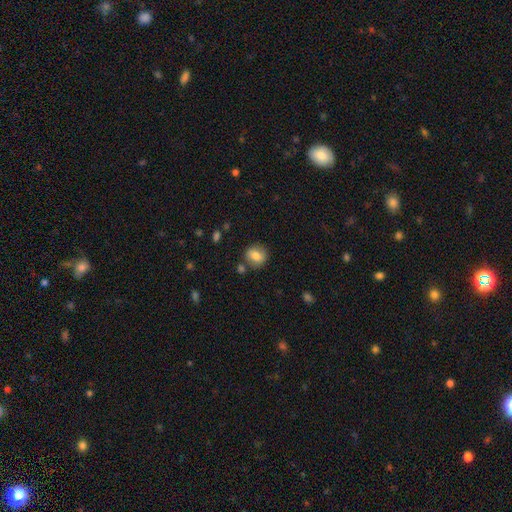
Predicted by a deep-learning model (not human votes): smooth-or-featured: smooth: 76% | featured or disk: 15% | star or artifact: 9%
  how-rounded: round: 71% | in between: 27% | cigar-shaped: 1%
  merging: none: 76% | minor disturbance: 13% | merger: 7% | major disturbance: 4%